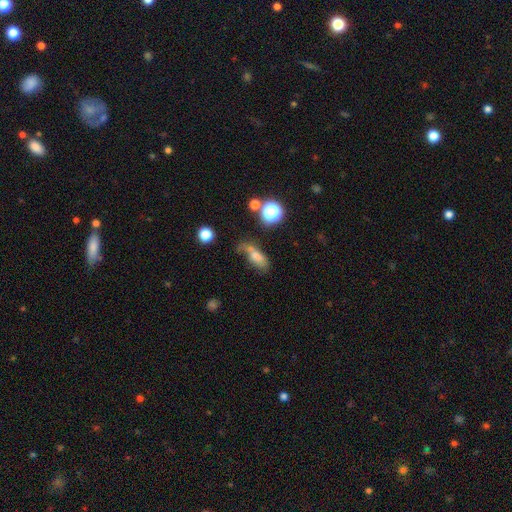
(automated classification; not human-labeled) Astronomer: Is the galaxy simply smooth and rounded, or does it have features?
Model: smooth — 64%.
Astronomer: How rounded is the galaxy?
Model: in between — 66%.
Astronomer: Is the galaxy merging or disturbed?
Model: none — 36% (runner-up: major disturbance, 26%).